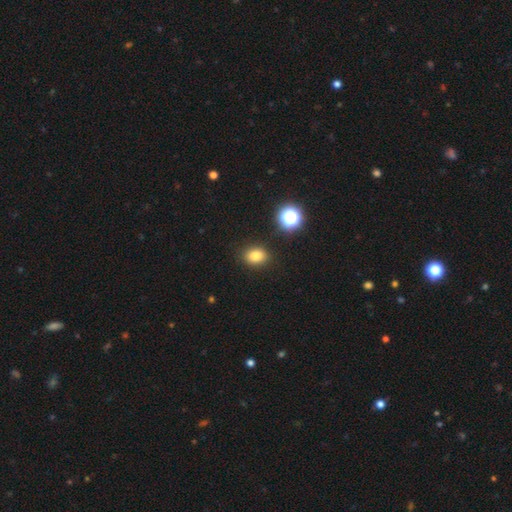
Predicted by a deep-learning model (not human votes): smooth-or-featured: smooth: 81% | star or artifact: 13% | featured or disk: 6%
  how-rounded: in between: 59% | round: 40% | cigar-shaped: 1%
  merging: none: 87% | minor disturbance: 8% | major disturbance: 2% | merger: 2%